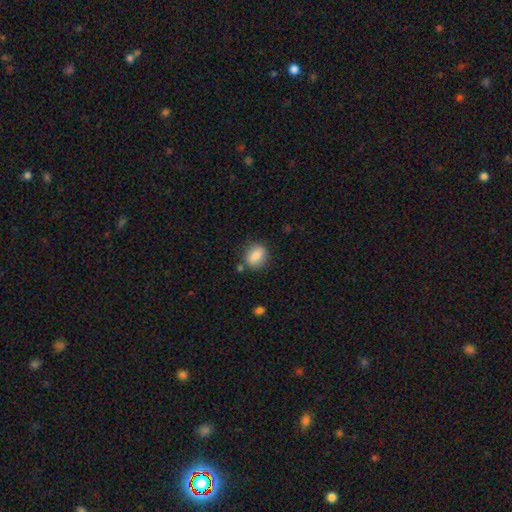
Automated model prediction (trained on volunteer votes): The model was most divided on "how rounded": round: 59%, in between: 39%, cigar-shaped: 2%. More confident: merging — none (82%); smooth or featured — smooth (81%).